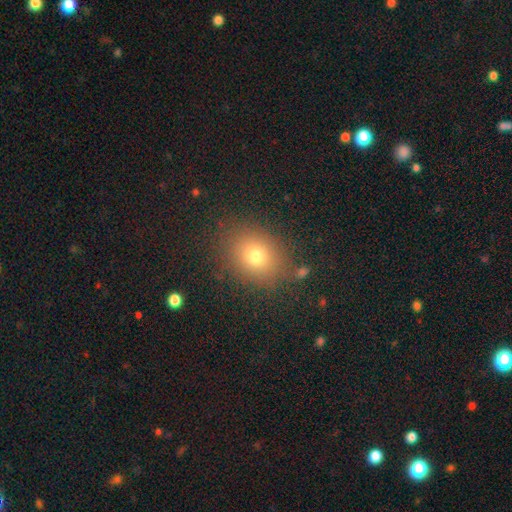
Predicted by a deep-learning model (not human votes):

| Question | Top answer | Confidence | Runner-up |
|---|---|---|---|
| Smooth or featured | smooth | 73% | star or artifact (16%) |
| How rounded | round | 54% | in between (44%) |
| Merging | none | 83% | minor disturbance (10%) |